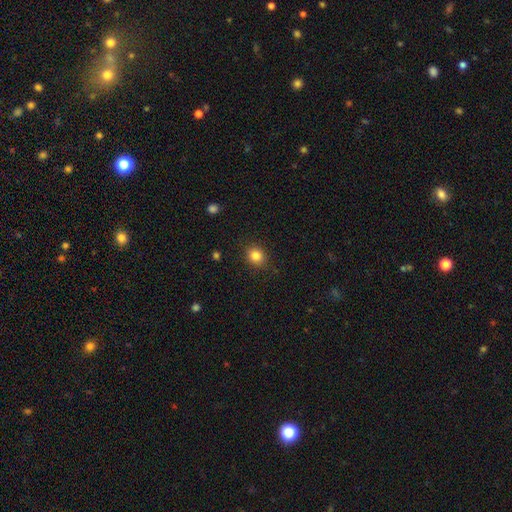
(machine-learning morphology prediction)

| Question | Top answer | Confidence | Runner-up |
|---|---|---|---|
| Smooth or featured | smooth | 84% | star or artifact (11%) |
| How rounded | round | 75% | in between (25%) |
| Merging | none | 88% | minor disturbance (8%) |